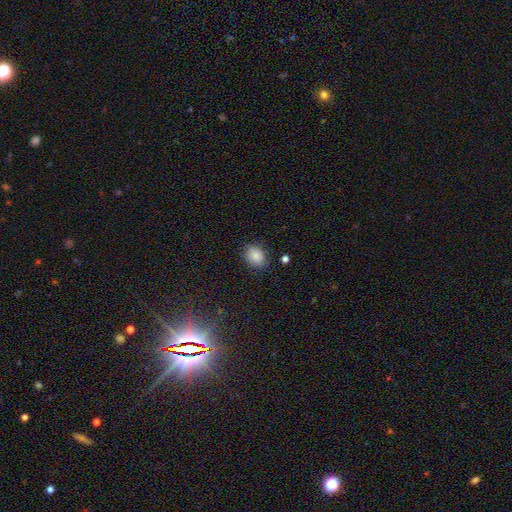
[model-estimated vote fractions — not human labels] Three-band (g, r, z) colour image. It shows a smooth galaxy with no disk features (85%) that is in between round and cigar-shaped (66%). Merging: none (82%).